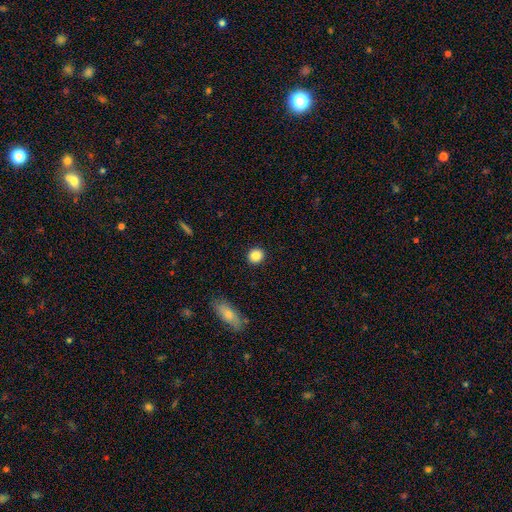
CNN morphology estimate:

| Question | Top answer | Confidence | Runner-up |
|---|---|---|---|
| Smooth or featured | smooth | 87% | star or artifact (9%) |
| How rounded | round | 86% | in between (13%) |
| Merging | none | 91% | minor disturbance (5%) |